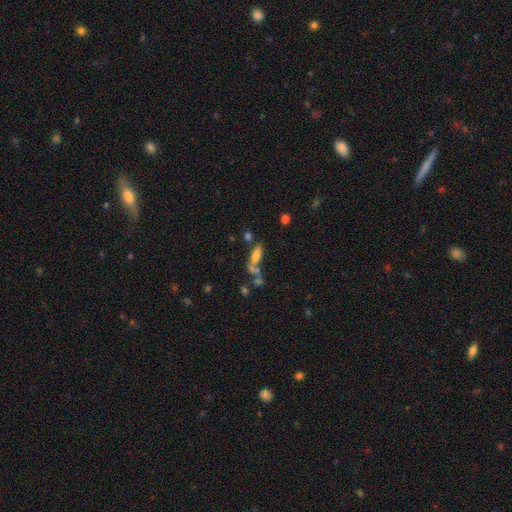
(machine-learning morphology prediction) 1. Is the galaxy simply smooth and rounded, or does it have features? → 65% smooth, 21% featured or disk, 14% star or artifact.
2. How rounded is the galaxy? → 63% in between, 33% cigar-shaped, 4% round.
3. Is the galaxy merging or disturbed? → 37% merger, 36% none, 14% minor disturbance, 12% major disturbance.